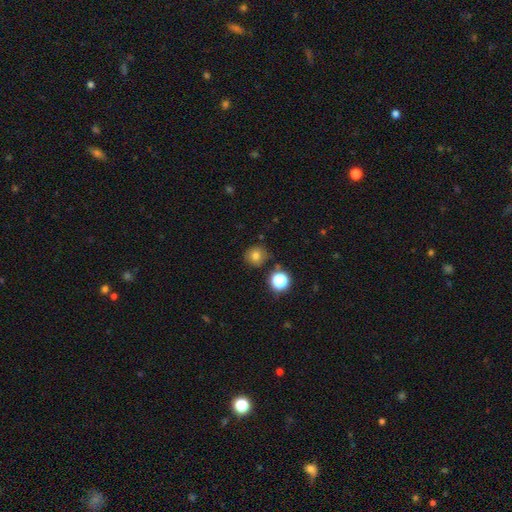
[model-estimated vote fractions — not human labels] Smooth or featured: smooth — 74% (star or artifact — 16%)
How rounded: round — 91% (in between — 8%)
Merging: none — 83% (minor disturbance — 10%)